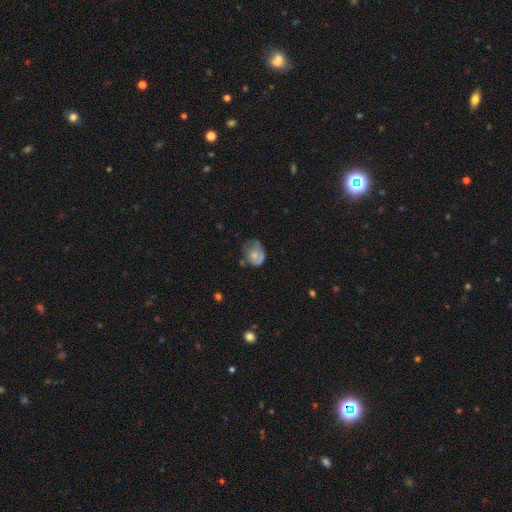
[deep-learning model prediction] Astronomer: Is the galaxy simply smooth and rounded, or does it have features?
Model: smooth — 56% (runner-up: featured or disk, 35%).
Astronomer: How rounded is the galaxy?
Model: in between — 51% (runner-up: round, 48%).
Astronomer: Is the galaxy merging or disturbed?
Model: minor disturbance — 35% (runner-up: none, 33%).